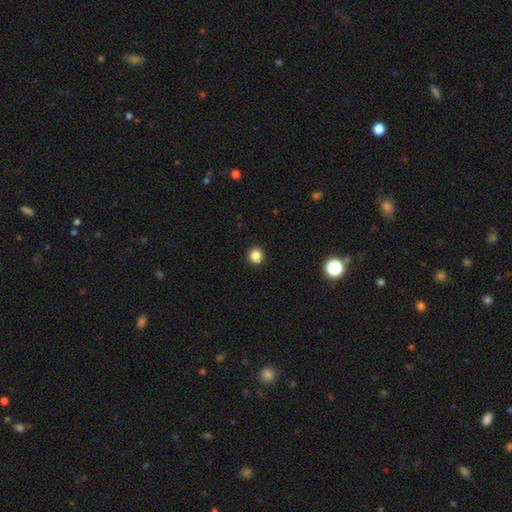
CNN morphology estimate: smooth-or-featured: smooth: 84% | star or artifact: 12% | featured or disk: 4%
  how-rounded: round: 93% | in between: 6% | cigar-shaped: 1%
  merging: none: 93% | minor disturbance: 4% | major disturbance: 1% | merger: 1%